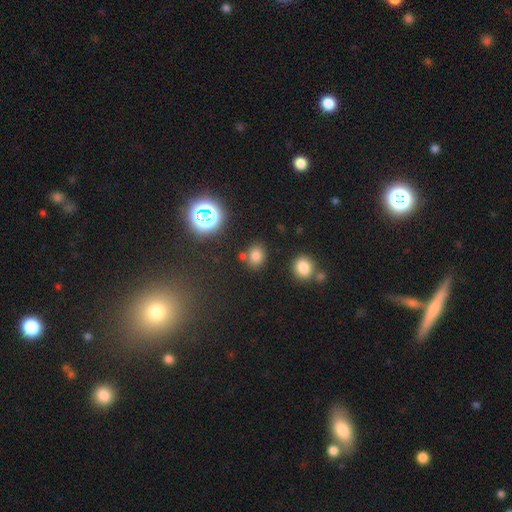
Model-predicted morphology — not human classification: The model was most divided on "how rounded": round: 51%, in between: 48%, cigar-shaped: 1%. More confident: merging — none (75%); smooth or featured — smooth (74%).